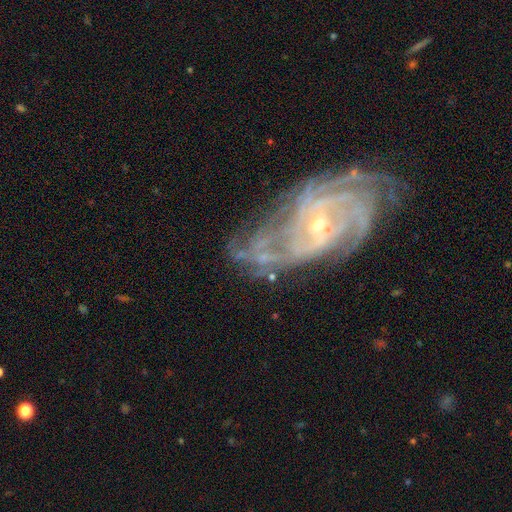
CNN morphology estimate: This is clearly a featured or disk galaxy (86%). It is clearly not viewed edge-on (96%). Bar: possibly no (51%). Spiral arm pattern: clearly yes (95%). Spiral arm count: marginally can't tell (29%). Spiral winding: possibly tight (58%). Central bulge: clearly small (81%). Merging: possibly none (57%).